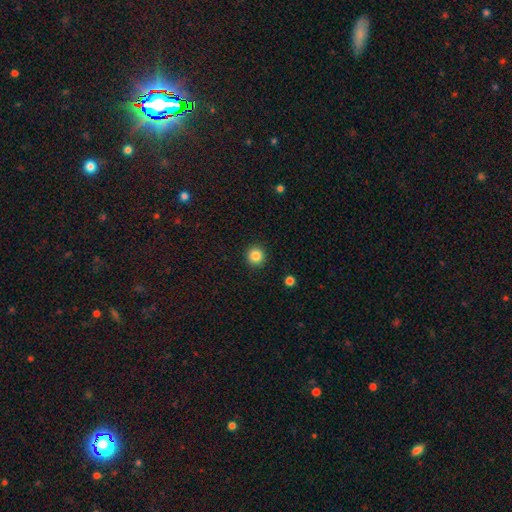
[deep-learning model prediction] smooth-or-featured: smooth: 85% | star or artifact: 11% | featured or disk: 4%
  how-rounded: round: 95% | in between: 4% | cigar-shaped: 1%
  merging: none: 93% | minor disturbance: 5% | major disturbance: 2% | merger: 1%